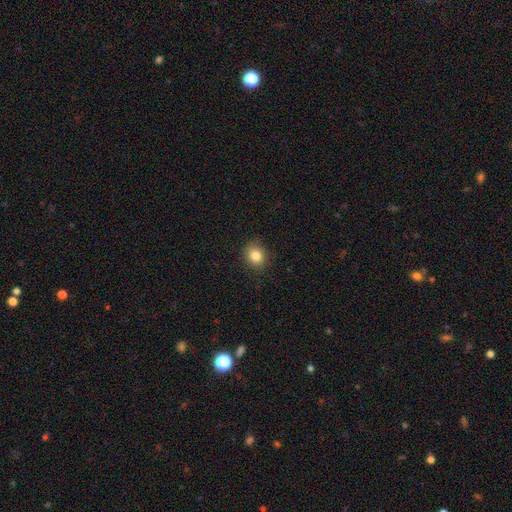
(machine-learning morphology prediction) smooth 83%, star or artifact 11%, featured or disk 6%. Down the decision tree: how rounded — round (73%); merging — none (88%).